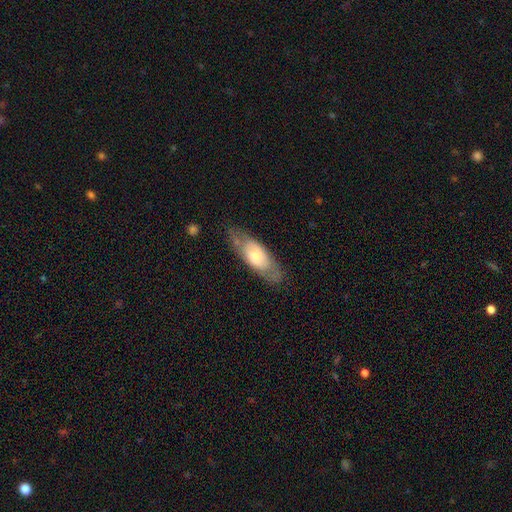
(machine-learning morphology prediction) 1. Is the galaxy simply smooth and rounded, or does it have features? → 48% smooth, 45% featured or disk, 6% star or artifact.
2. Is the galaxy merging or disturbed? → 74% none, 17% minor disturbance, 7% major disturbance, 2% merger.